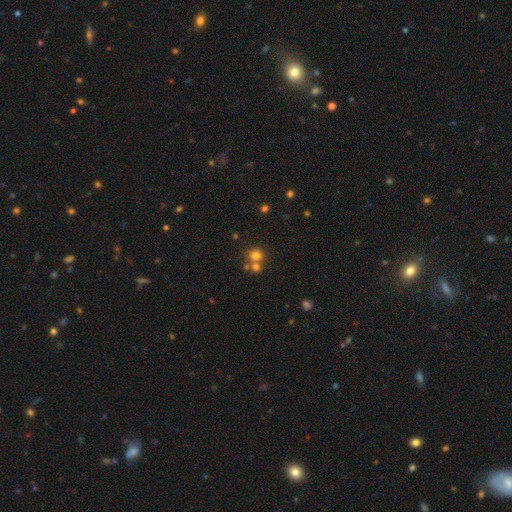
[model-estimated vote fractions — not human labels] smooth 72%, star or artifact 17%, featured or disk 11%. Down the decision tree: how rounded — round (86%); merging — none (52%).